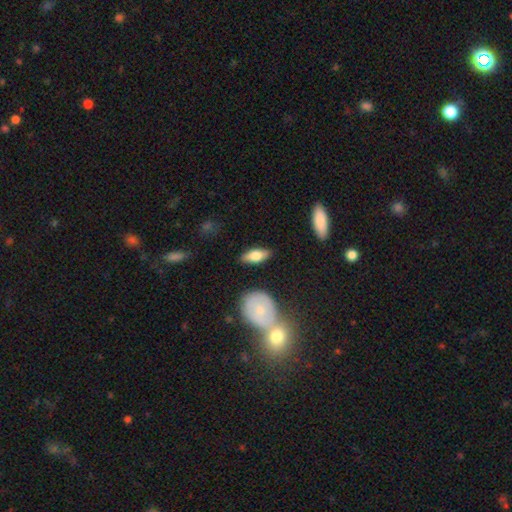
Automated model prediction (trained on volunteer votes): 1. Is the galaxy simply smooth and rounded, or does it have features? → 68% smooth, 27% featured or disk, 6% star or artifact.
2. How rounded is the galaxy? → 74% in between, 23% cigar-shaped, 3% round.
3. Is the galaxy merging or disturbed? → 84% none, 11% minor disturbance, 3% major disturbance, 2% merger.